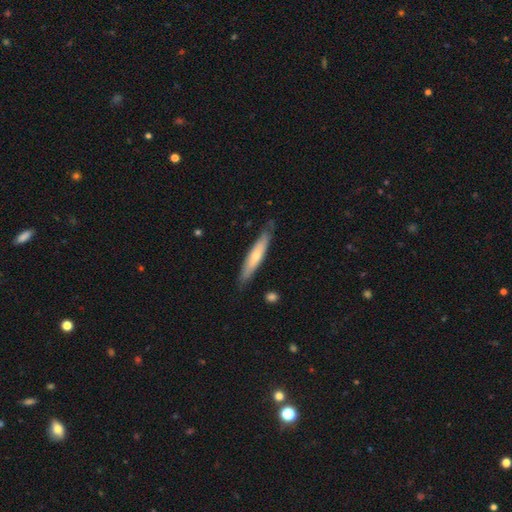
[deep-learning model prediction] smooth 57%, featured or disk 38%, star or artifact 5%. Down the decision tree: how rounded — cigar-shaped (86%); merging — none (78%).